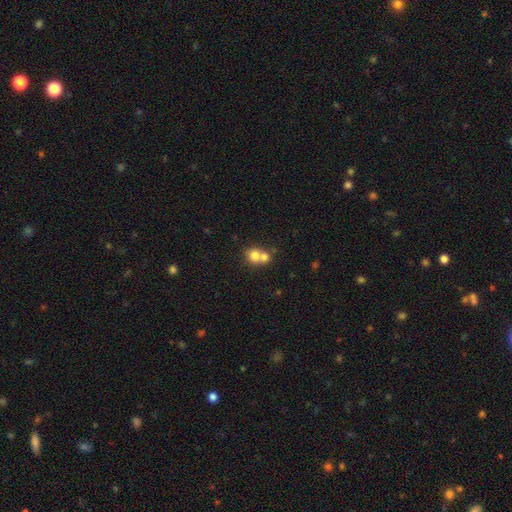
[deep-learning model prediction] A smooth galaxy with no disk features (74%) that is round (78%).

Vote fractions:
- Smooth or featured? smooth: 74% / featured or disk: 16% / star or artifact: 10%
- How rounded? round: 78% / in between: 21% / cigar-shaped: 1%
- Merging? merger: 62% / none: 31% / minor disturbance: 5% / major disturbance: 2%